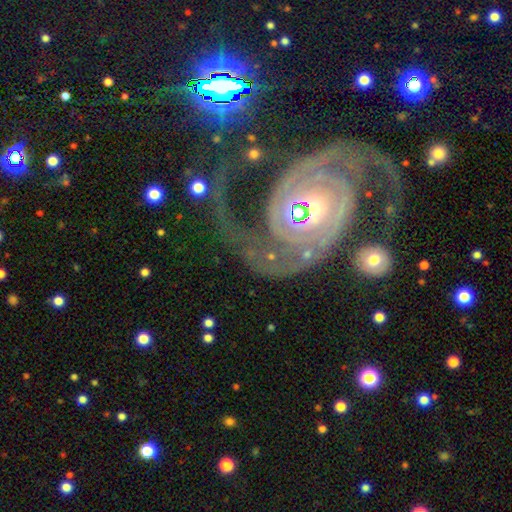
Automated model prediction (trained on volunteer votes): This appears to be a featured or disk galaxy (92%) with no bar (42%), 2 (88%) medium (46%) spiral arms (98%) and a moderate central bulge (54%). Merging: none (64%).